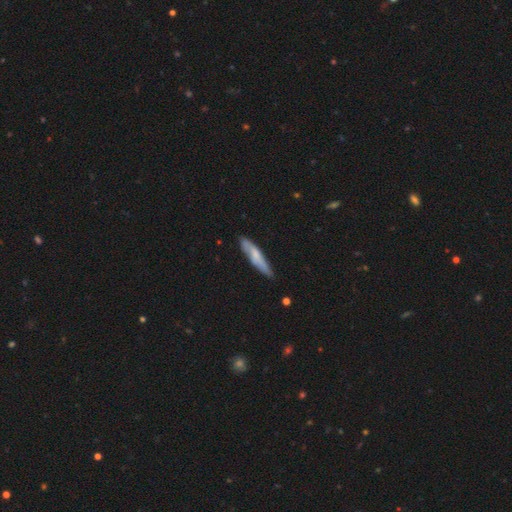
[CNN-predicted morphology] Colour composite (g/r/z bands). It shows a smooth galaxy with no disk features (57%) that is cigar-shaped (83%). Merging: none (76%).